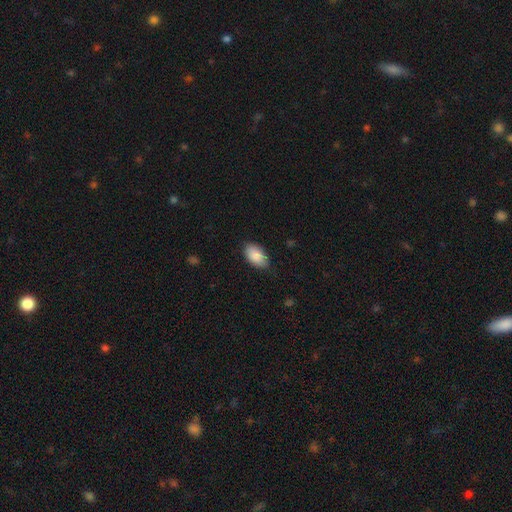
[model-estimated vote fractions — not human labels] Morphology: type=smooth (89%); roundness=in between (94%); merging=none (80%).